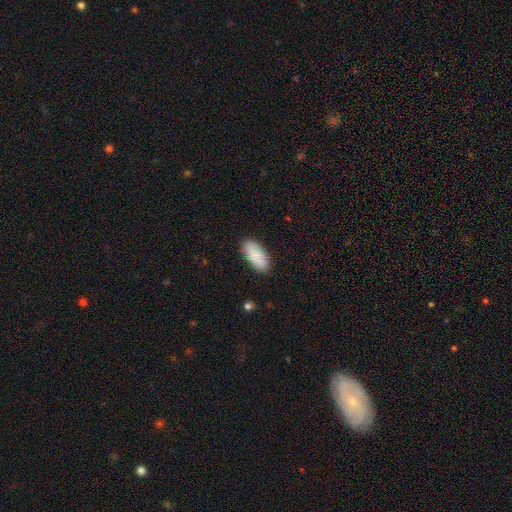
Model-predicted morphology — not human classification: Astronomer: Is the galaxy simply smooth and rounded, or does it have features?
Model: smooth — 88%.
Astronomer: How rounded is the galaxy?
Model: in between — 90%.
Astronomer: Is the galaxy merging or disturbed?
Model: none — 86%.